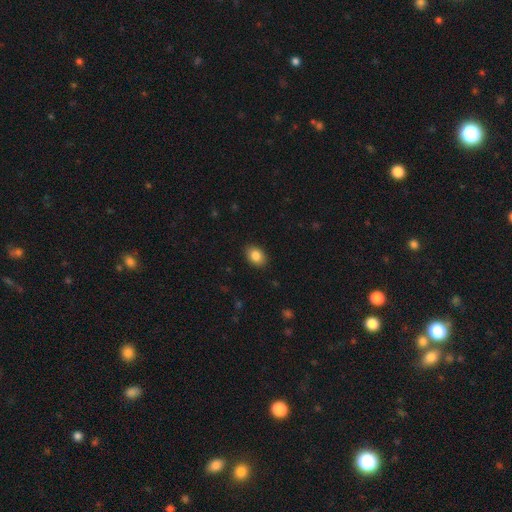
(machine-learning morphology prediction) This appears to be a smooth galaxy with no disk features (85%) that is in between round and cigar-shaped (78%). Merging: none (89%).